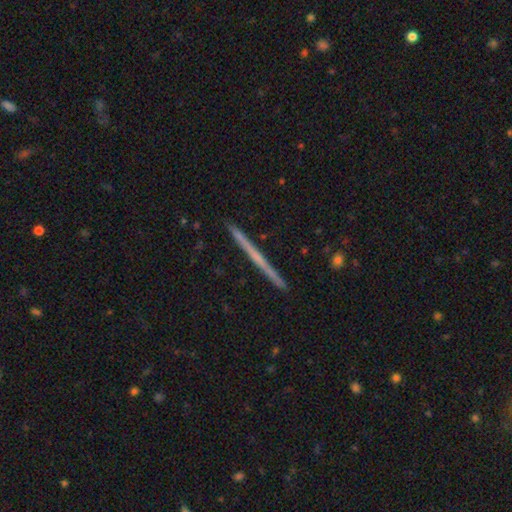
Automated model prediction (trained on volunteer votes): Morphology: type=featured or disk (64%); edge-on=yes (98%); edge-on bulge=none (82%); merging=none (93%).